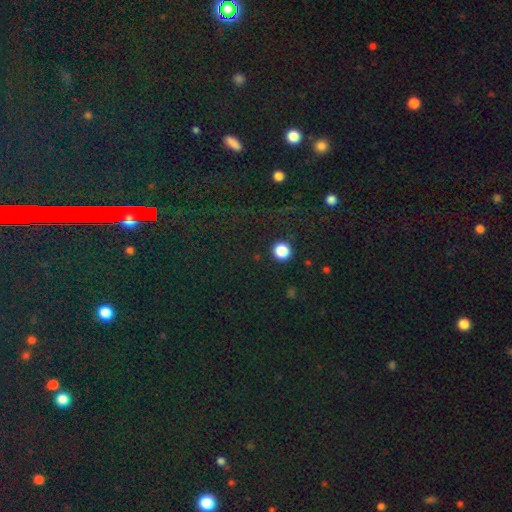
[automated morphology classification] Smooth or featured: star or artifact — 79% (smooth — 14%)